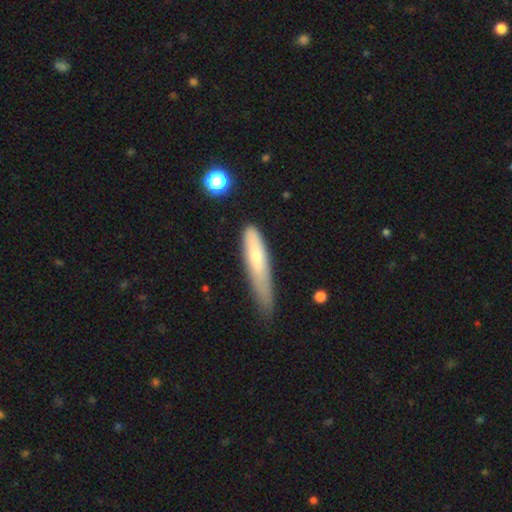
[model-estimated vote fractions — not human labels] smooth 66%, featured or disk 28%, star or artifact 6%. Down the decision tree: how rounded — cigar-shaped (82%); merging — none (42%).